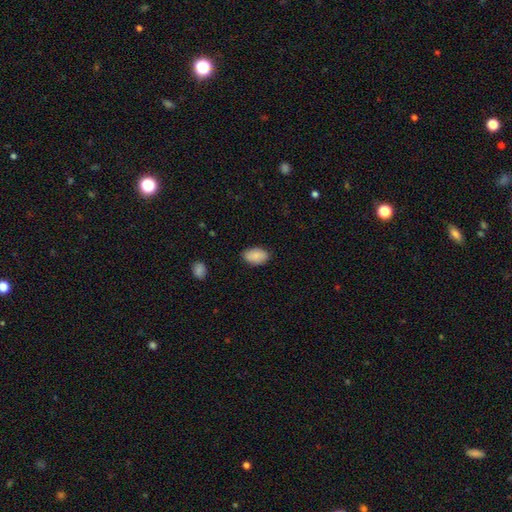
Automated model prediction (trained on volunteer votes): Smooth or featured?
  - smooth: 86% *
  - featured or disk: 7%
  - star or artifact: 7%
How rounded?
  - in between: 91% *
  - round: 7%
  - cigar-shaped: 1%
Merging?
  - none: 84% *
  - minor disturbance: 13%
  - major disturbance: 2%
  - merger: 1%